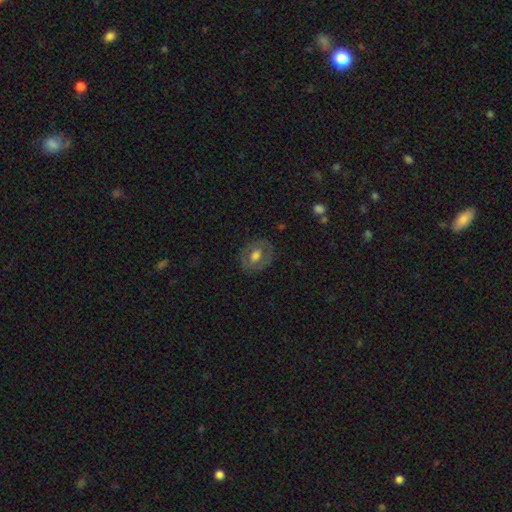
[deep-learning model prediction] This is possibly a smooth galaxy (50%). Merging: clearly none (80%).